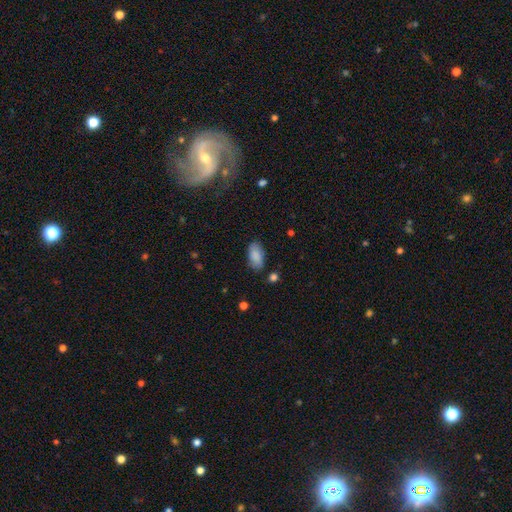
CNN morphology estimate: Overall: smooth (87%). How rounded: in between (93%). Merging: none (81%).